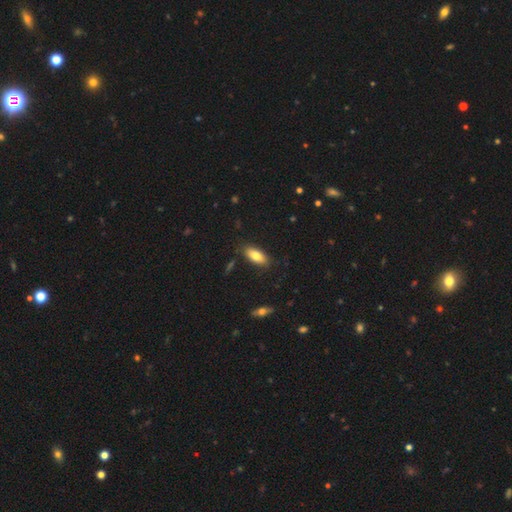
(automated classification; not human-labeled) smooth 81%, featured or disk 13%, star or artifact 7%. Down the decision tree: how rounded — in between (84%); merging — none (85%).